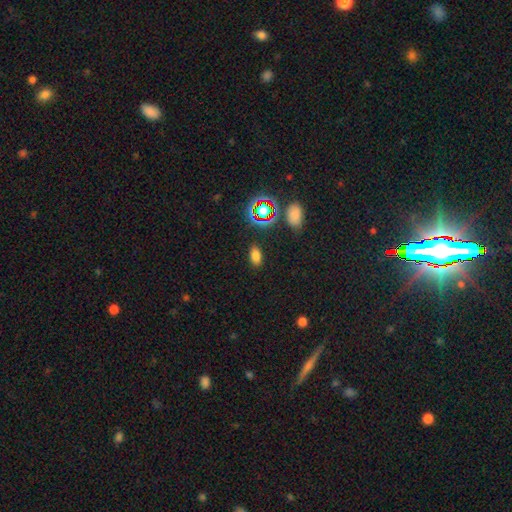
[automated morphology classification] This is likely a smooth galaxy (75%). How rounded: clearly in between (89%). Merging: clearly none (86%).